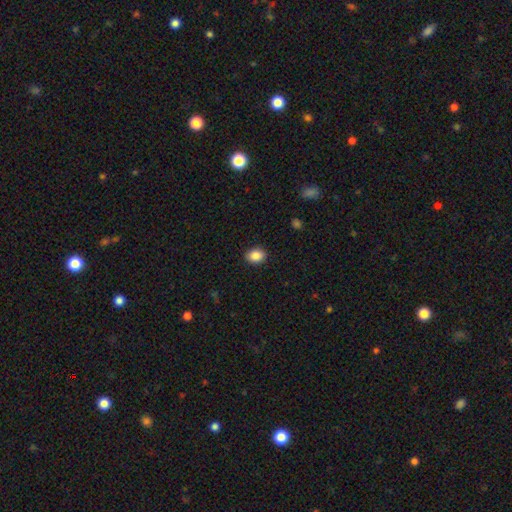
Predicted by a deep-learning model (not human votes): Morphology: type=smooth (87%); roundness=in between (60%); merging=none (90%).